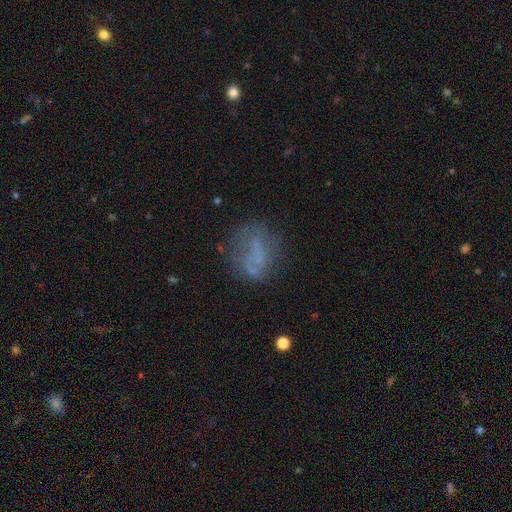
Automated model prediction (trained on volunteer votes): smooth-or-featured: smooth: 43% | featured or disk: 39% | star or artifact: 18%
  merging: none: 52% | major disturbance: 21% | minor disturbance: 21% | merger: 7%